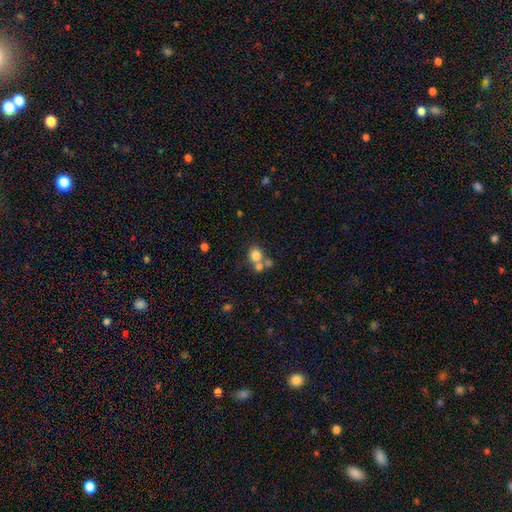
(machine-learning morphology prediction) Smooth or featured? smooth (76%)
How rounded? round (83%)
Merging? none (47%)